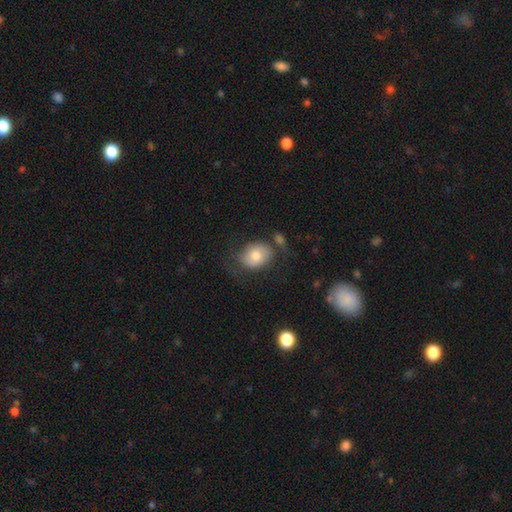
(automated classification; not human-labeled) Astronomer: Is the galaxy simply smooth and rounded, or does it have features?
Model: smooth — 67%.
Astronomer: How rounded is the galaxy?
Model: in between — 55% (runner-up: round, 44%).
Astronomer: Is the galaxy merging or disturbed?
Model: none — 59%.